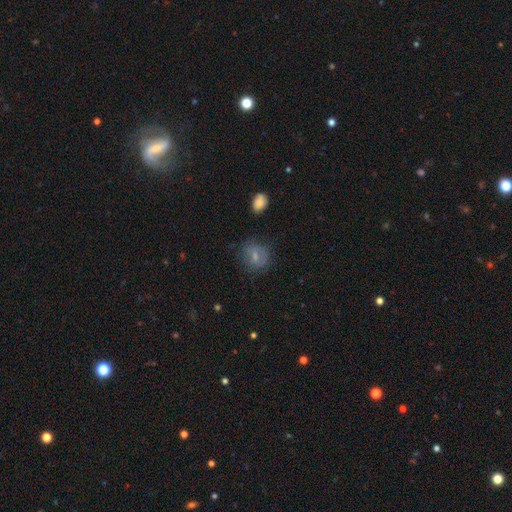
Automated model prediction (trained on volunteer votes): Smooth or featured? Predicted: smooth (p=0.62). How rounded? Predicted: round (p=0.67). Merging? Predicted: none (p=0.65).